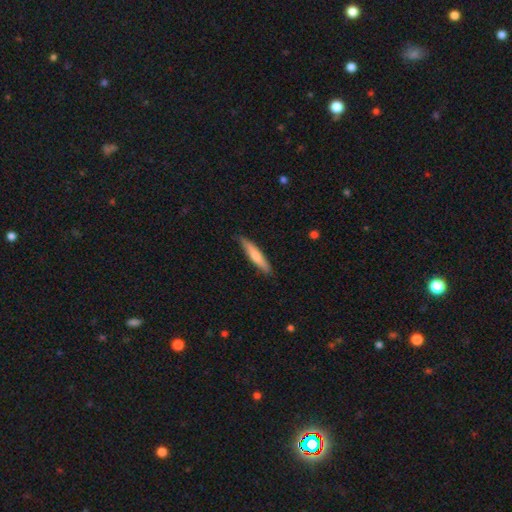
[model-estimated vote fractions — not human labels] smooth 70%, featured or disk 25%, star or artifact 5%. Down the decision tree: how rounded — cigar-shaped (88%); merging — none (80%).